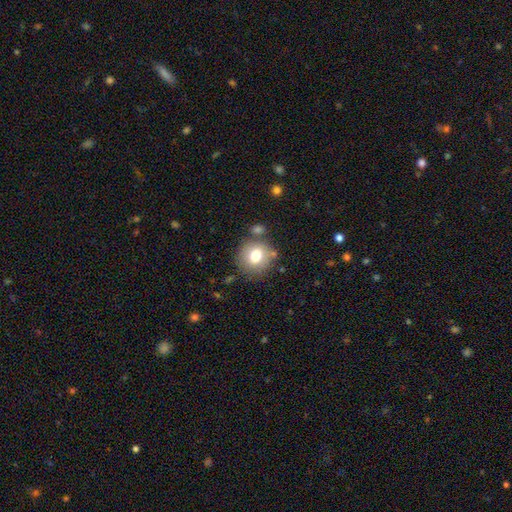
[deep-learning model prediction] Overall: smooth (75%). How rounded: round (86%). Merging: none (75%).